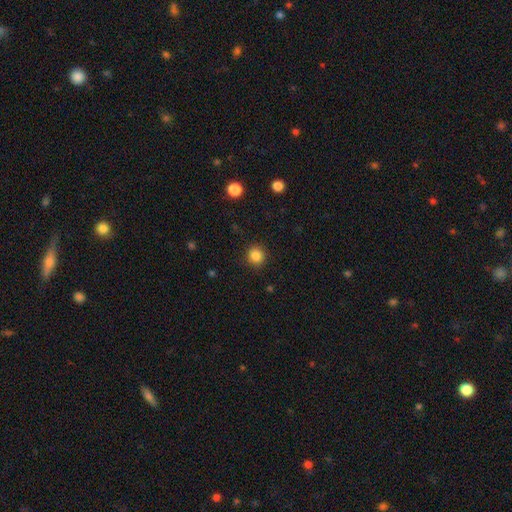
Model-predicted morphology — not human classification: Smooth or featured: smooth — 85% (star or artifact — 11%)
How rounded: round — 90% (in between — 10%)
Merging: none — 89% (minor disturbance — 7%)